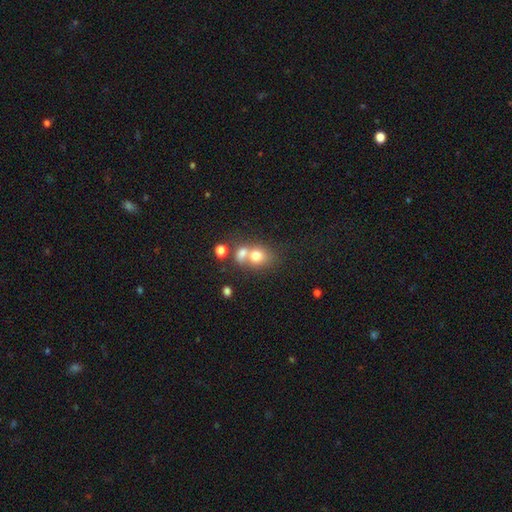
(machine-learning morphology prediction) smooth-or-featured: smooth: 72% | featured or disk: 16% | star or artifact: 12%
  how-rounded: round: 62% | in between: 37% | cigar-shaped: 1%
  merging: merger: 58% | none: 30% | minor disturbance: 8% | major disturbance: 5%